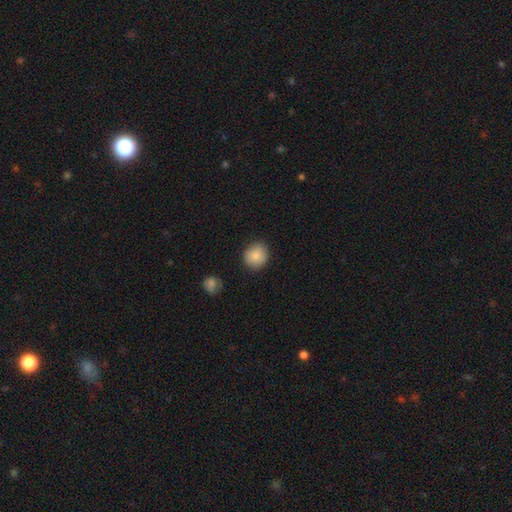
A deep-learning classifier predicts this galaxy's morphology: The model was most divided on "how rounded": round: 85%, in between: 14%, cigar-shaped: 1%. More confident: merging — none (88%); smooth or featured — smooth (87%).